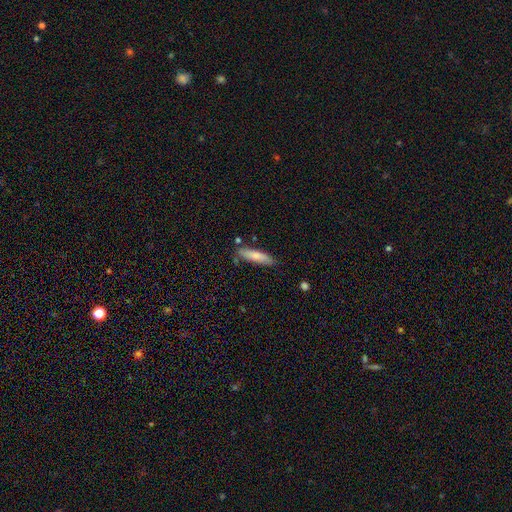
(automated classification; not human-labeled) Smooth or featured? smooth (76%)
How rounded? cigar-shaped (75%)
Merging? none (79%)